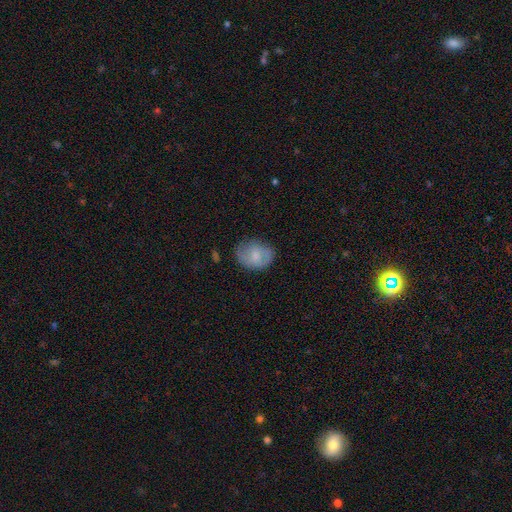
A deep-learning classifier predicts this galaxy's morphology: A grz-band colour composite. It shows a smooth galaxy with no disk features (64%) that is in between round and cigar-shaped (65%). Merging: none (65%).